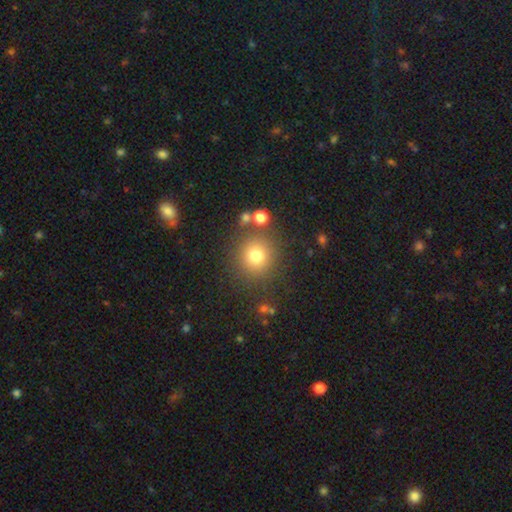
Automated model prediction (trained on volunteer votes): Smooth or featured: smooth — 77% (star or artifact — 15%)
How rounded: round — 92% (in between — 7%)
Merging: none — 82% (minor disturbance — 8%)